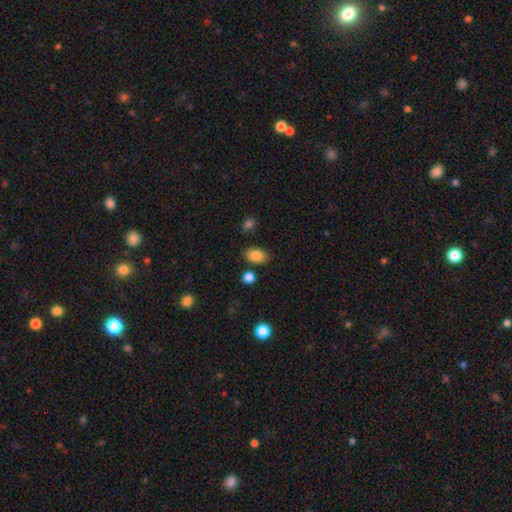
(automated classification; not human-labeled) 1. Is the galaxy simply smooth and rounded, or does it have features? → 85% smooth, 9% star or artifact, 6% featured or disk.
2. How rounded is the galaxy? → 85% in between, 14% round, 1% cigar-shaped.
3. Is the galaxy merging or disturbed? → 82% none, 10% minor disturbance, 5% merger, 3% major disturbance.